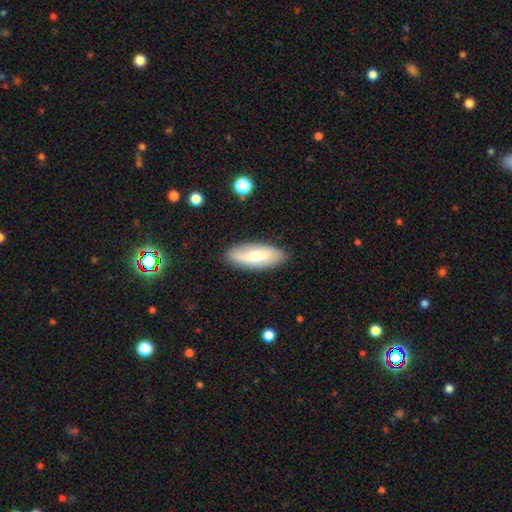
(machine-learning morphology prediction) A smooth galaxy with no disk features (51%) that is in between round and cigar-shaped (71%).

Vote fractions:
- Smooth or featured? smooth: 51% / featured or disk: 43% / star or artifact: 6%
- How rounded? in between: 71% / cigar-shaped: 26% / round: 3%
- Merging? none: 87% / minor disturbance: 9% / major disturbance: 2% / merger: 1%